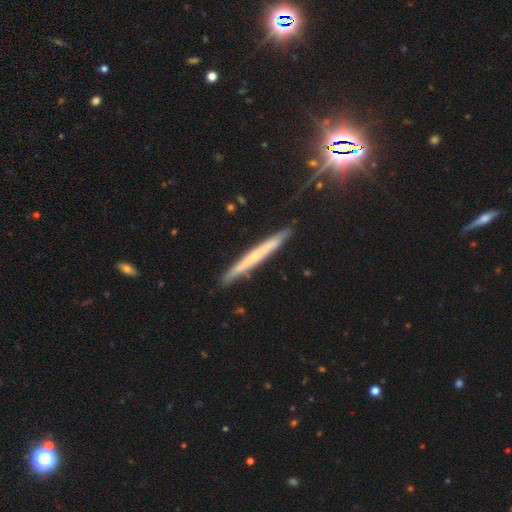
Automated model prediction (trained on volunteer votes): smooth_or_featured: featured or disk (p=0.50) [alt: smooth p=0.41]
disk_edge_on: yes (p=0.95) [alt: no p=0.05]
merging: none (p=0.89) [alt: minor disturbance p=0.09]